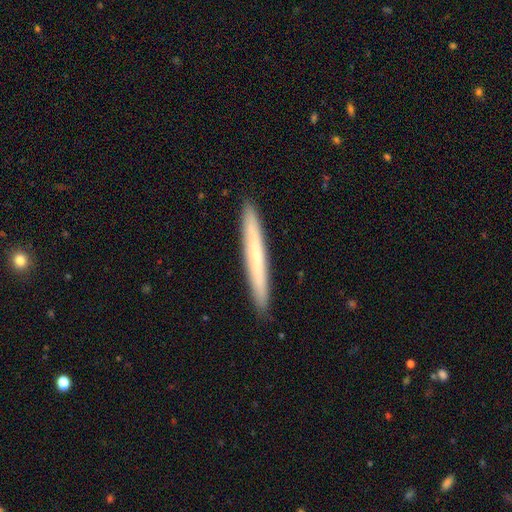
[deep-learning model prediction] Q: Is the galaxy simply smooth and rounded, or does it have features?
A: smooth — 57%.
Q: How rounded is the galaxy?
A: cigar-shaped — 97%.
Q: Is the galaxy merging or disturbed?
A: none — 92%.